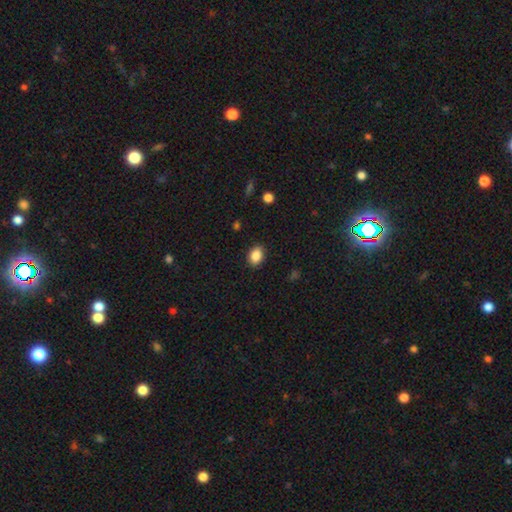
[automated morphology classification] Q: Smooth or featured?
A: smooth (87%); runner-up: star or artifact (9%)
Q: How rounded?
A: in between (75%); runner-up: round (24%)
Q: Merging?
A: none (88%); runner-up: minor disturbance (8%)